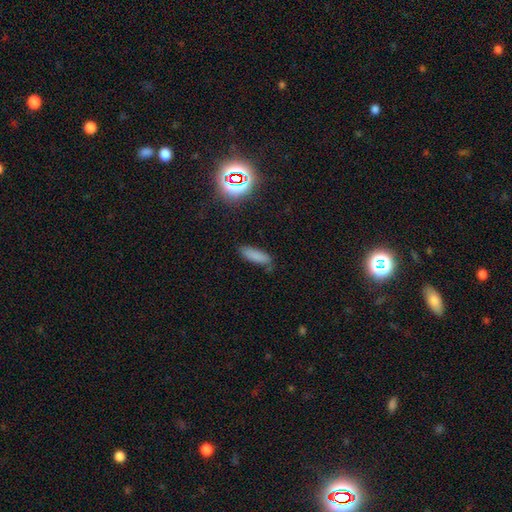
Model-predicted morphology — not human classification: This appears to be a smooth galaxy with no disk features (81%) that is in between round and cigar-shaped (52%). Merging: none (75%).